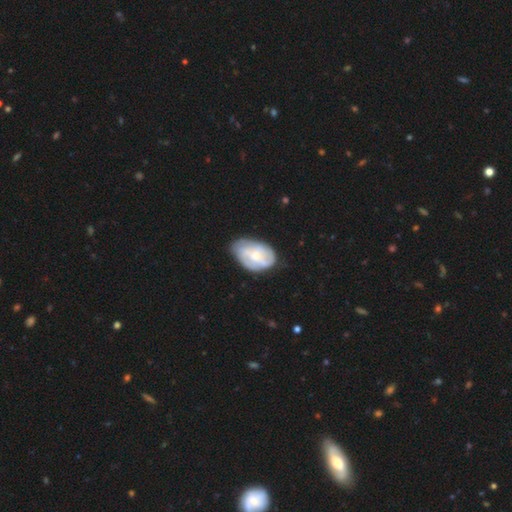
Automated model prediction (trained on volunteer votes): Morphology: type=featured or disk (50%); merging=none (59%).